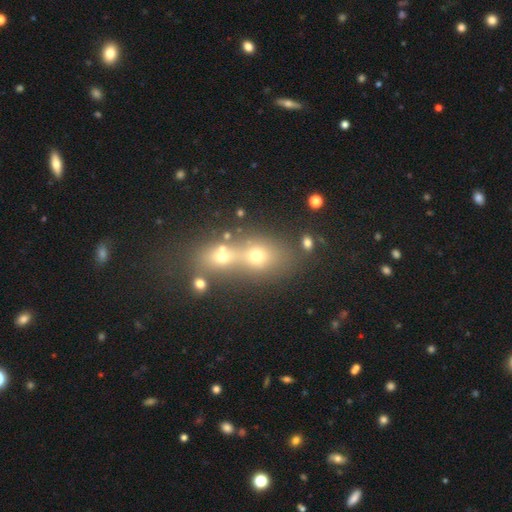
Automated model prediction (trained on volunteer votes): Smooth or featured? smooth (58%)
How rounded? in between (49%)
Merging? merger (60%)